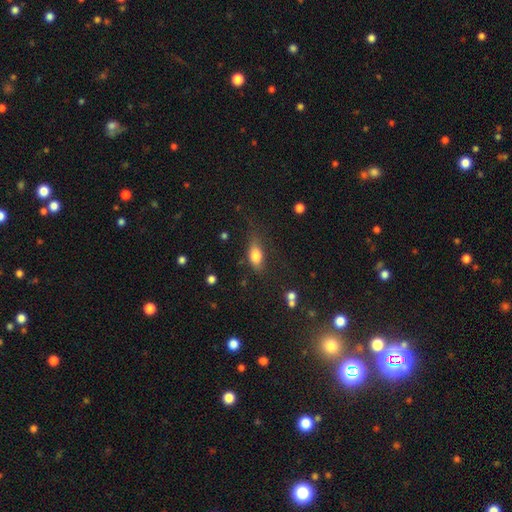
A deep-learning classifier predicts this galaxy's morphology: This appears to be a smooth galaxy with no disk features (78%) that is in between round and cigar-shaped (80%). Merging: none (60%).